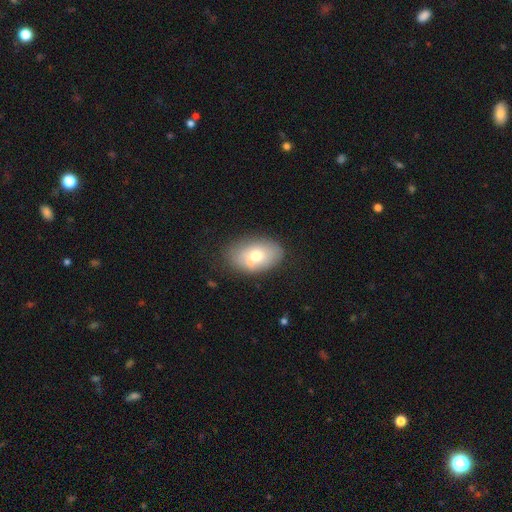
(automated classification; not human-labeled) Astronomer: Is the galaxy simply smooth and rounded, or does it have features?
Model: smooth — 66%.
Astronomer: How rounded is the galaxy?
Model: in between — 87%.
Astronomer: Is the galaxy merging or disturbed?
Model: none — 64%.